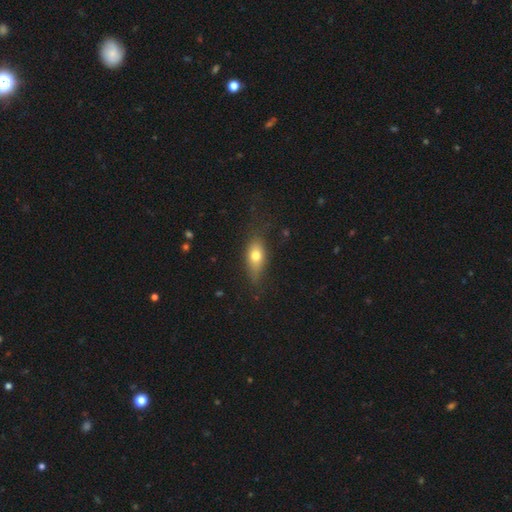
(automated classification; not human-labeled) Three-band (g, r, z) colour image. It shows a smooth galaxy with no disk features (71%) that is in between round and cigar-shaped (76%). Merging: none (69%).